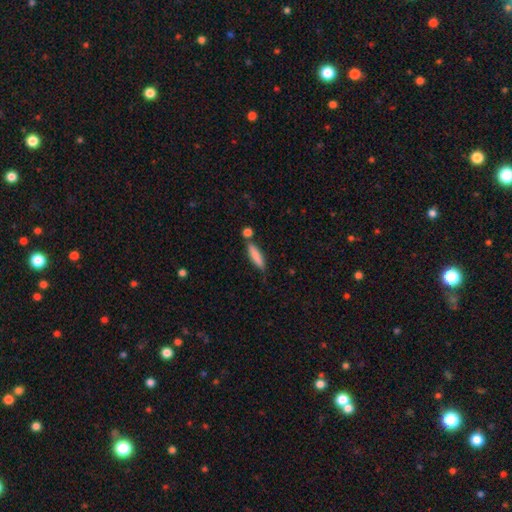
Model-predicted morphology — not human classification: type=smooth (83%); roundness=cigar-shaped (73%); merging=none (69%).